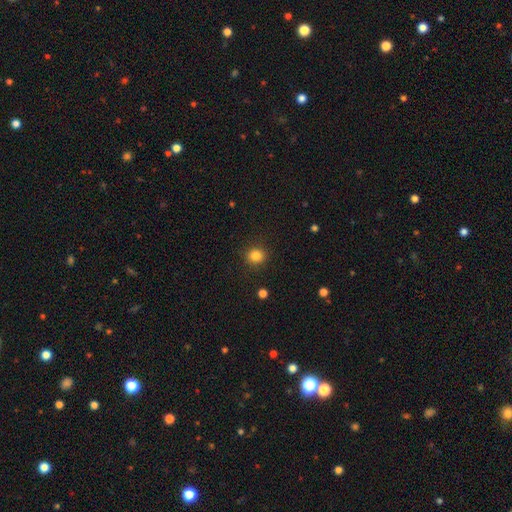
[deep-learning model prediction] A smooth galaxy with no disk features (84%) that is round (86%).

Vote fractions:
- Smooth or featured? smooth: 84% / star or artifact: 12% / featured or disk: 4%
- How rounded? round: 86% / in between: 13% / cigar-shaped: 1%
- Merging? none: 89% / minor disturbance: 7% / major disturbance: 2% / merger: 1%